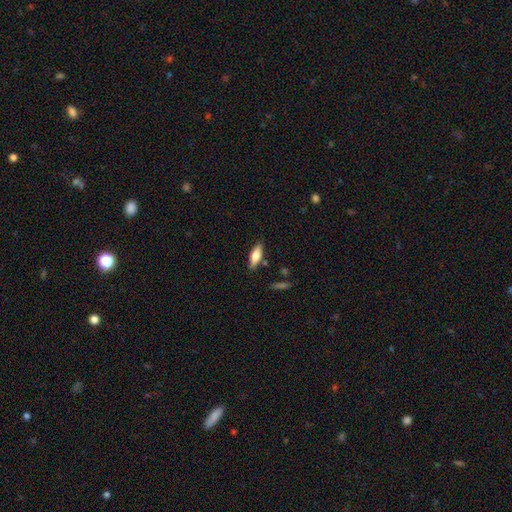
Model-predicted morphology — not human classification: Q: Smooth or featured?
A: smooth (67%); runner-up: featured or disk (27%)
Q: How rounded?
A: in between (62%); runner-up: cigar-shaped (36%)
Q: Merging?
A: none (83%); runner-up: minor disturbance (11%)